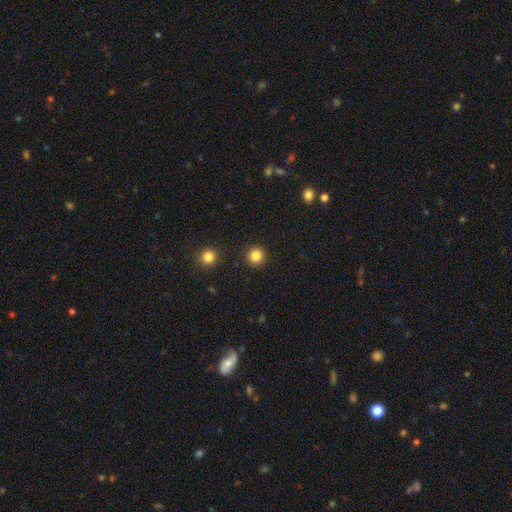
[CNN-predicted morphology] This is clearly a smooth galaxy (84%). How rounded: clearly round (94%). Merging: clearly none (91%).